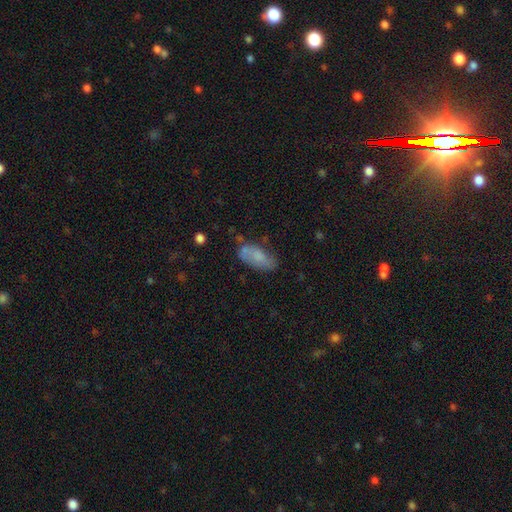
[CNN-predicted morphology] Smooth or featured: smooth — 69% (featured or disk — 22%)
How rounded: in between — 85% (cigar-shaped — 12%)
Merging: none — 57% (minor disturbance — 25%)